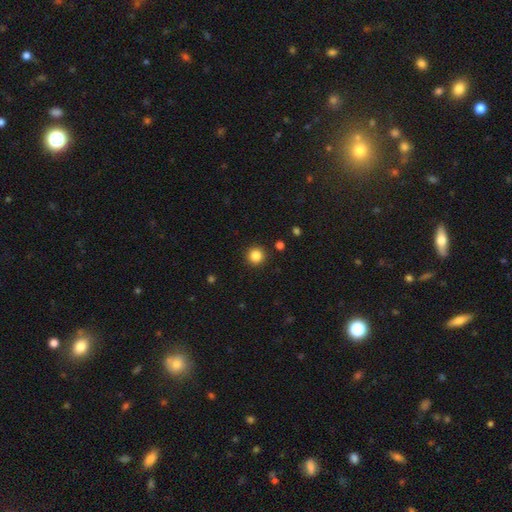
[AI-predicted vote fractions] Overall: smooth (85%). How rounded: round (95%). Merging: none (93%).